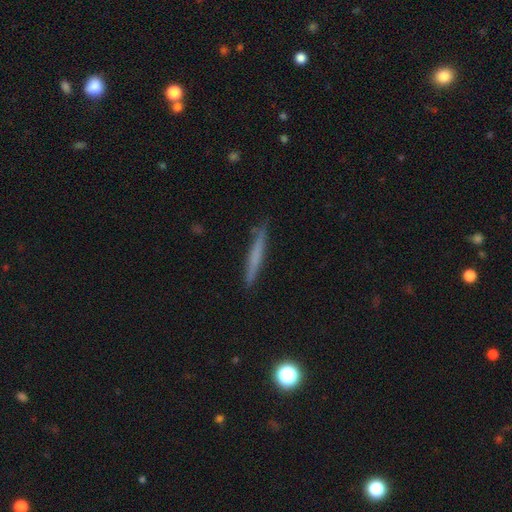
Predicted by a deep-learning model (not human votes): Smooth or featured? smooth (56%)
How rounded? cigar-shaped (95%)
Merging? none (87%)